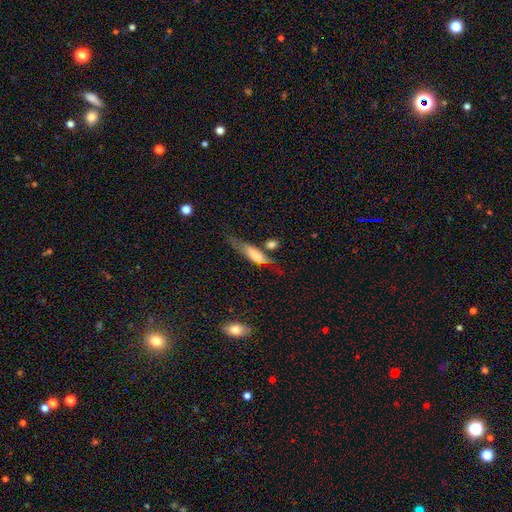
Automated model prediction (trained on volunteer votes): smooth-or-featured: smooth: 51% | featured or disk: 41% | star or artifact: 8%
  how-rounded: cigar-shaped: 49% | in between: 47% | round: 4%
  merging: none: 36% | minor disturbance: 27% | major disturbance: 21% | merger: 16%